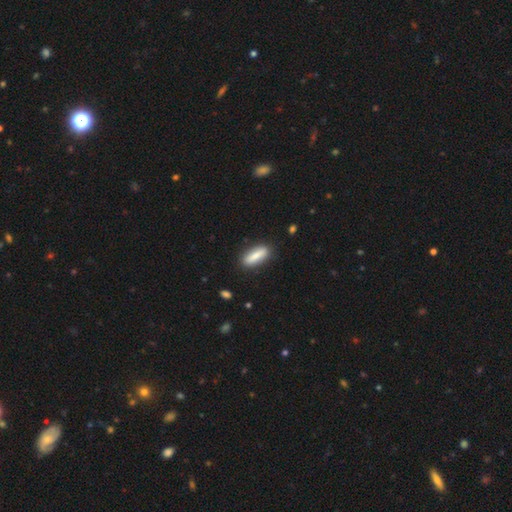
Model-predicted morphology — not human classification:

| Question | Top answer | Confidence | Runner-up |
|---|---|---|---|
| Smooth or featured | smooth | 79% | featured or disk (15%) |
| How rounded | cigar-shaped | 52% | in between (46%) |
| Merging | none | 87% | minor disturbance (9%) |